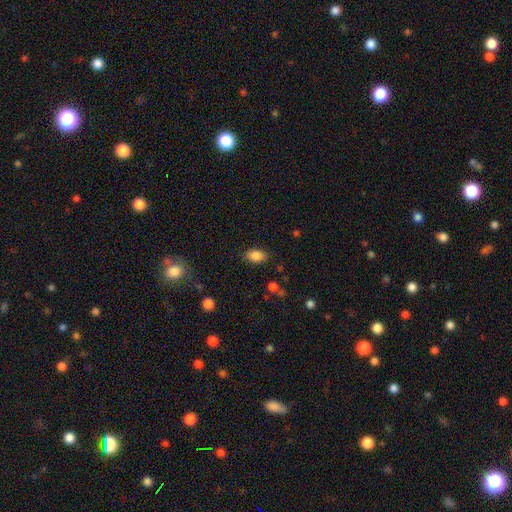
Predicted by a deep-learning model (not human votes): This appears to be a smooth galaxy with no disk features (86%) that is in between round and cigar-shaped (85%). Merging: none (82%).